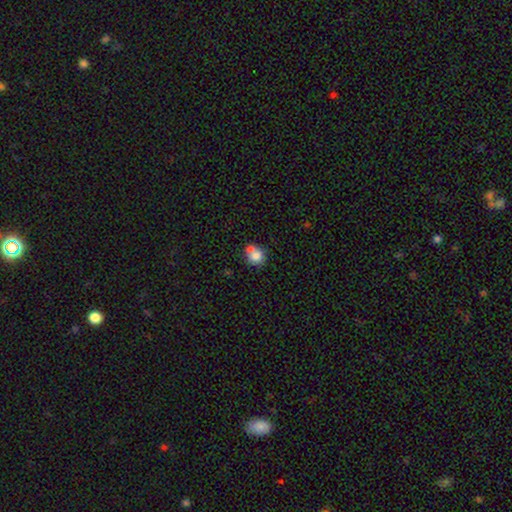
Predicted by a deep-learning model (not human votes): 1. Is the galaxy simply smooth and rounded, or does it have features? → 78% smooth, 13% featured or disk, 10% star or artifact.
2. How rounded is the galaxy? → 82% round, 17% in between, 1% cigar-shaped.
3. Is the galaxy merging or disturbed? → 45% none, 41% merger, 10% minor disturbance, 4% major disturbance.